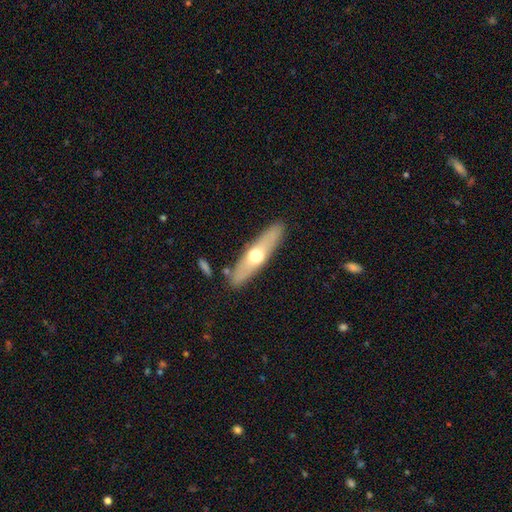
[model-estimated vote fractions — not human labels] A smooth galaxy with no disk features (49%).

Vote fractions:
- Smooth or featured? smooth: 49% / featured or disk: 46% / star or artifact: 6%
- Merging? none: 85% / minor disturbance: 9% / merger: 4% / major disturbance: 2%